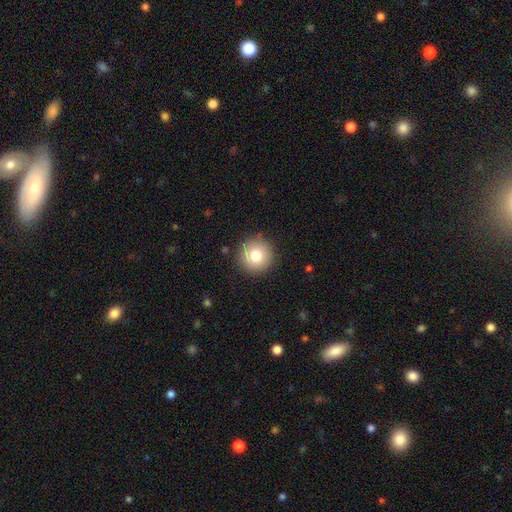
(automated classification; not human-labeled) Smooth or featured? Predicted: smooth (p=0.78). How rounded? Predicted: round (p=0.95). Merging? Predicted: none (p=0.90).